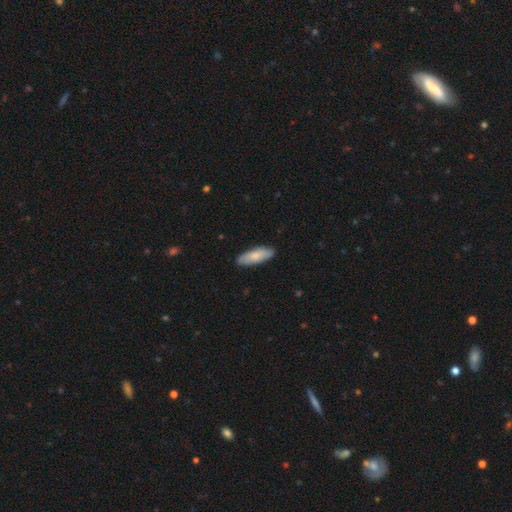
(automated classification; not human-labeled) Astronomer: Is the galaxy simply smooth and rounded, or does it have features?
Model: smooth — 79%.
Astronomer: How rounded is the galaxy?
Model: in between — 59% (runner-up: cigar-shaped, 39%).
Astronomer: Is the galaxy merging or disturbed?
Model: none — 86%.